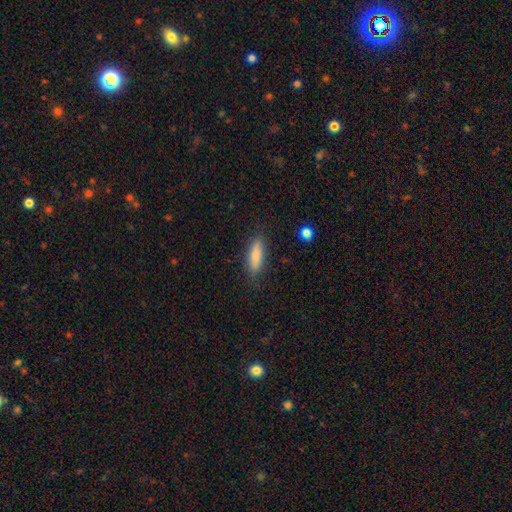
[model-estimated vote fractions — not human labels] This appears to be a smooth galaxy with no disk features (81%) that is cigar-shaped (59%). Merging: none (83%).